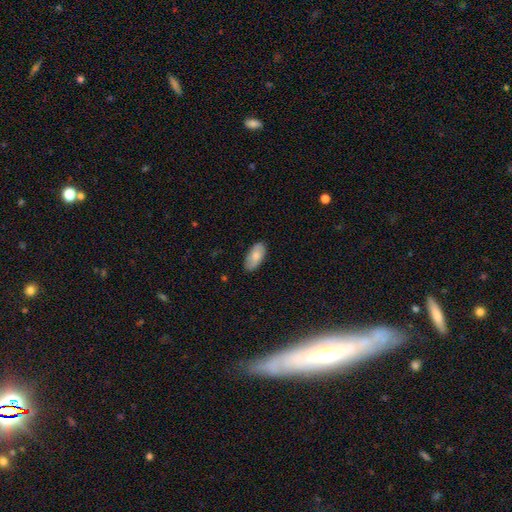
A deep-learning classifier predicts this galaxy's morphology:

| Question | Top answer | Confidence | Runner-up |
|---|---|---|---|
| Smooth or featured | smooth | 75% | featured or disk (19%) |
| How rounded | in between | 92% | cigar-shaped (5%) |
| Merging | none | 84% | minor disturbance (13%) |